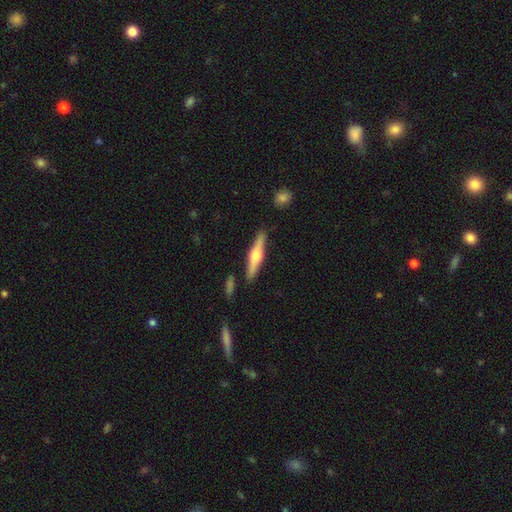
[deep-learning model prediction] The model was most divided on "smooth or featured": featured or disk: 62%, smooth: 32%, star or artifact: 5%. More confident: edge-on disk — yes (97%); edge-on bulge — rounded (92%); merging — none (88%).